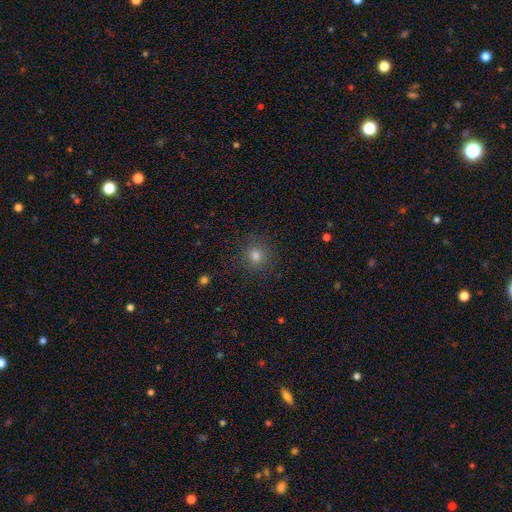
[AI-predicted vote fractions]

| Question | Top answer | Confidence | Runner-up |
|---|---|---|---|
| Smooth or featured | smooth | 77% | star or artifact (17%) |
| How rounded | round | 89% | in between (10%) |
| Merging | none | 88% | minor disturbance (8%) |